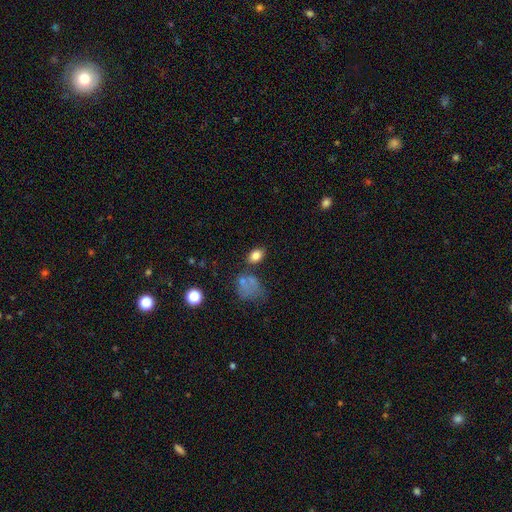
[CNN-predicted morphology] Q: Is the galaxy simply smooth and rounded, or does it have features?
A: smooth — 80%.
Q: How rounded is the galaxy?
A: in between — 82%.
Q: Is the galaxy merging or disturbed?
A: none — 71%.